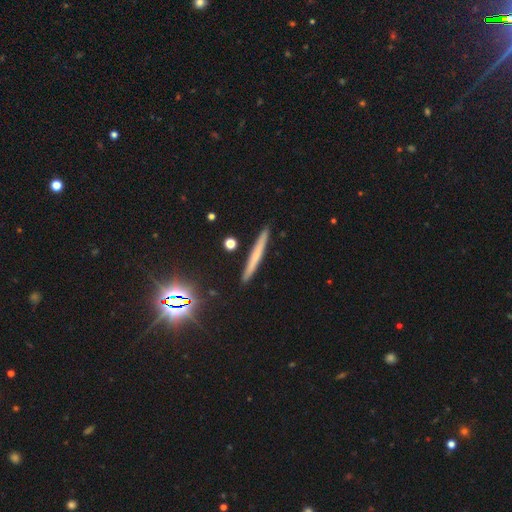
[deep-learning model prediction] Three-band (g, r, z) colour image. It shows a smooth galaxy with no disk features (50%). Merging: none (91%).